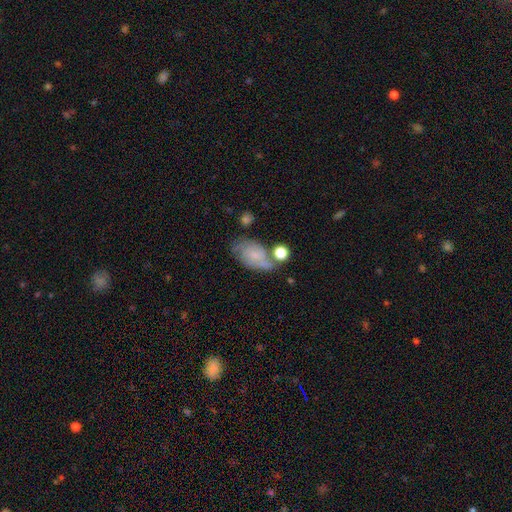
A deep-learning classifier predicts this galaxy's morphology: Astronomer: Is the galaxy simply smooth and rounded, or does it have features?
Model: featured or disk — 46% (runner-up: smooth, 45%).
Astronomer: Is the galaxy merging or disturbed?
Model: none — 47% (runner-up: minor disturbance, 25%).